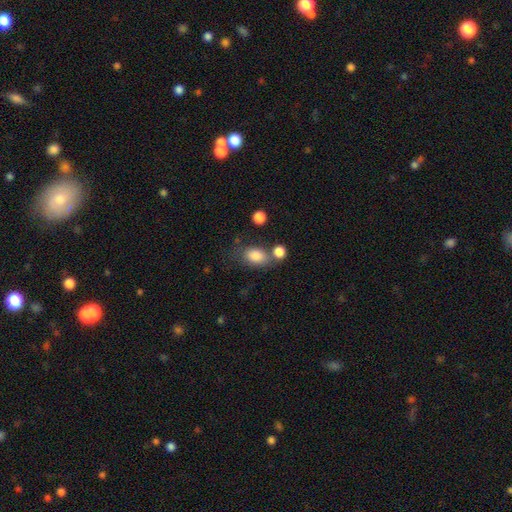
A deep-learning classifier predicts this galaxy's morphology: type=smooth (84%); roundness=in between (78%); merging=none (53%).